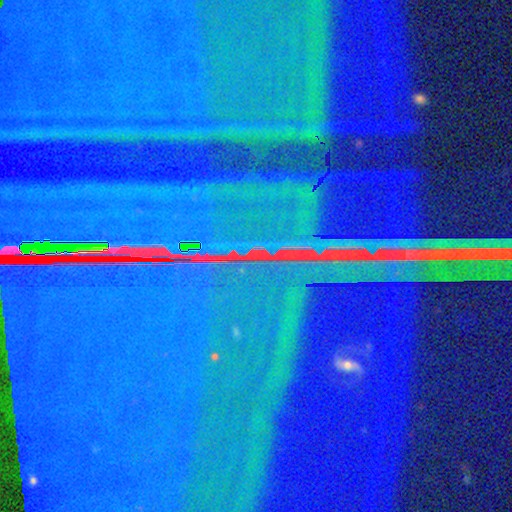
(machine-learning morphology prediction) Smooth or featured? star or artifact (86%)